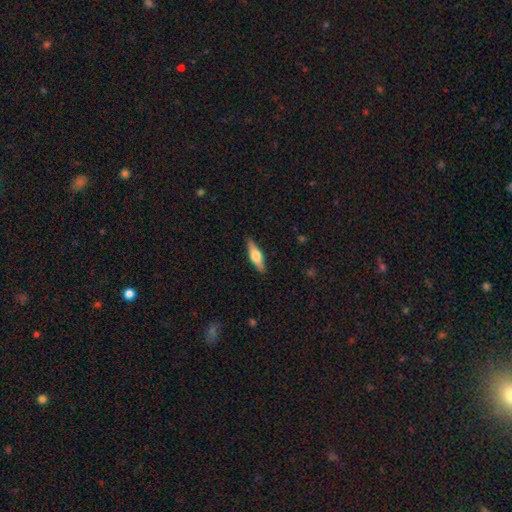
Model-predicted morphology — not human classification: Overall: featured or disk (48%; smooth 46%). Merging: none (89%).